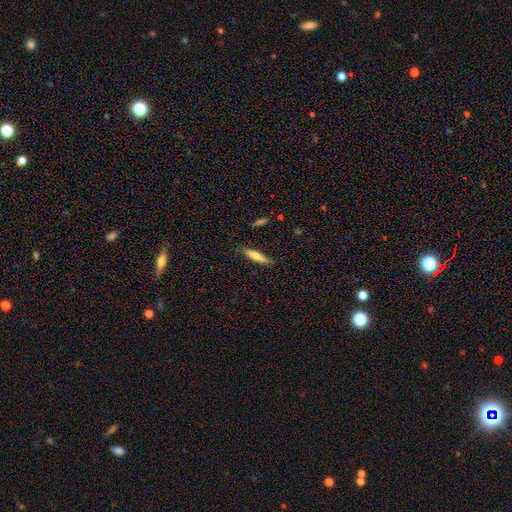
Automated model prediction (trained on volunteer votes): Smooth or featured? Predicted: smooth (p=0.70). How rounded? Predicted: cigar-shaped (p=0.77). Merging? Predicted: none (p=0.84).